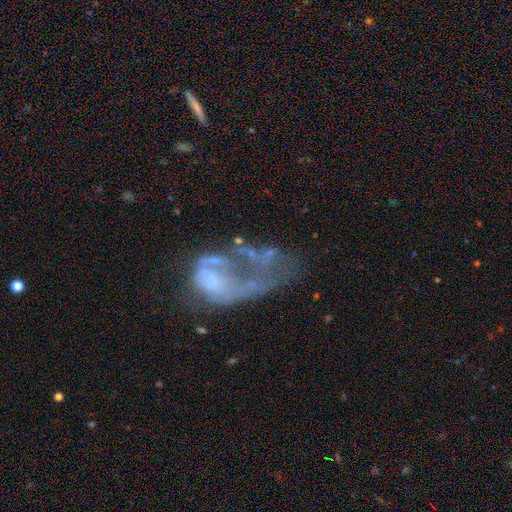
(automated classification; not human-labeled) smooth_or_featured: featured or disk (p=0.63) [alt: smooth p=0.23]
disk_edge_on: no (p=0.97) [alt: yes p=0.03]
bar: no (p=0.85) [alt: weak p=0.11]
has_spiral_arms: no (p=0.76) [alt: yes p=0.24]
bulge_size: none (p=0.61) [alt: small p=0.17]
merging: major disturbance (p=0.50) [alt: merger p=0.25]